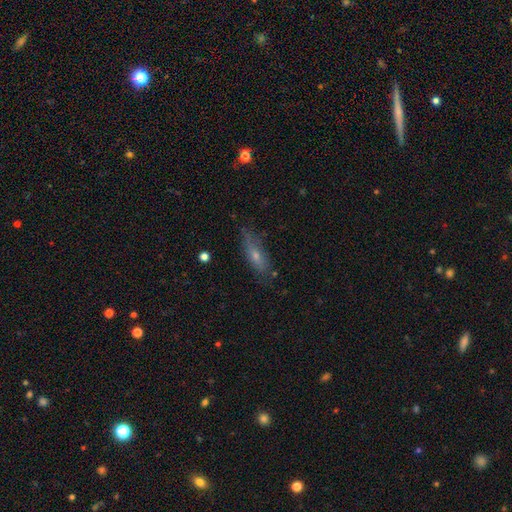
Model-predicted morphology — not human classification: Smooth or featured? smooth (57%)
How rounded? in between (50%)
Merging? none (69%)